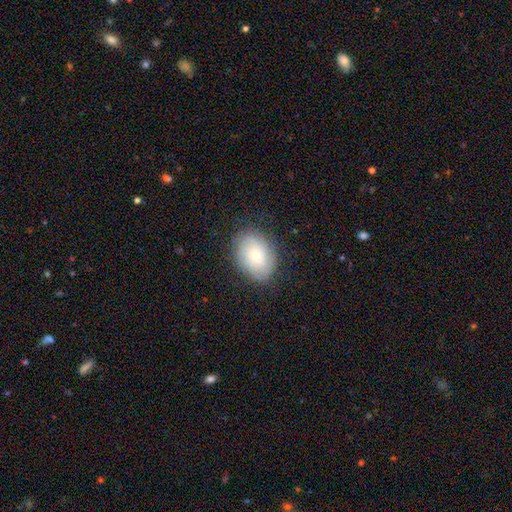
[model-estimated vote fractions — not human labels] Smooth or featured: smooth — 60% (featured or disk — 32%)
How rounded: in between — 77% (round — 22%)
Merging: none — 80% (minor disturbance — 14%)